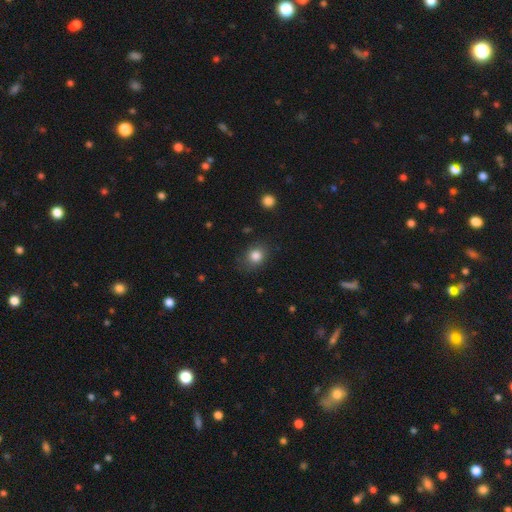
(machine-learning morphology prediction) Smooth or featured? Predicted: smooth (p=0.83). How rounded? Predicted: round (p=0.62). Merging? Predicted: none (p=0.80).